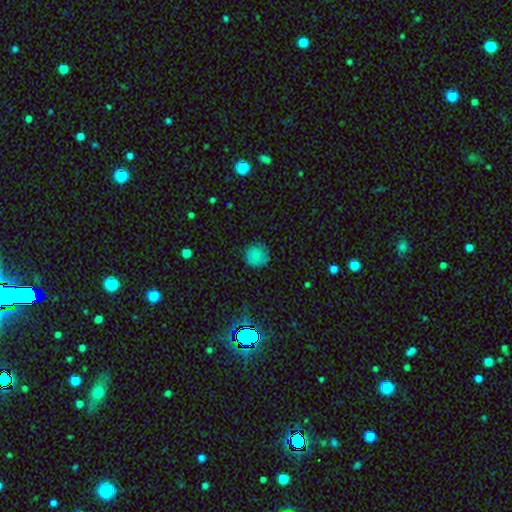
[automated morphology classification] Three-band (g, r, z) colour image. It shows a smooth galaxy with no disk features (80%) that is round (91%). Merging: none (80%).